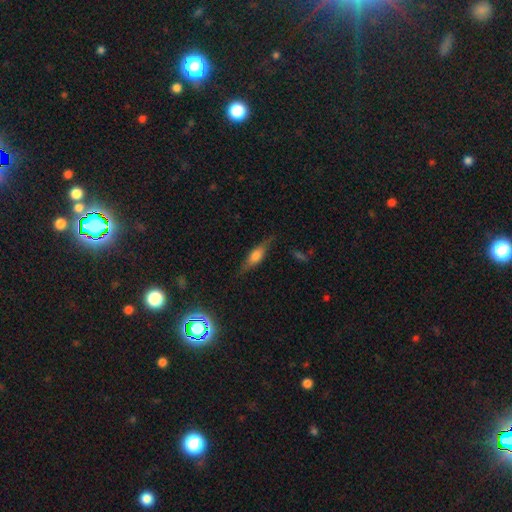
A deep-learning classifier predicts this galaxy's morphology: smooth_or_featured: featured or disk (p=0.47) [alt: smooth p=0.44]
merging: none (p=0.76) [alt: minor disturbance p=0.17]